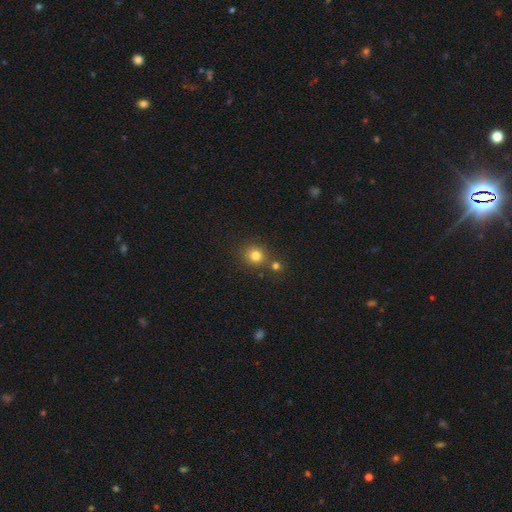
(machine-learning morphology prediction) The model was most divided on "merging": none: 70%, merger: 19%, minor disturbance: 9%, major disturbance: 3%. More confident: how rounded — round (87%); smooth or featured — smooth (78%).